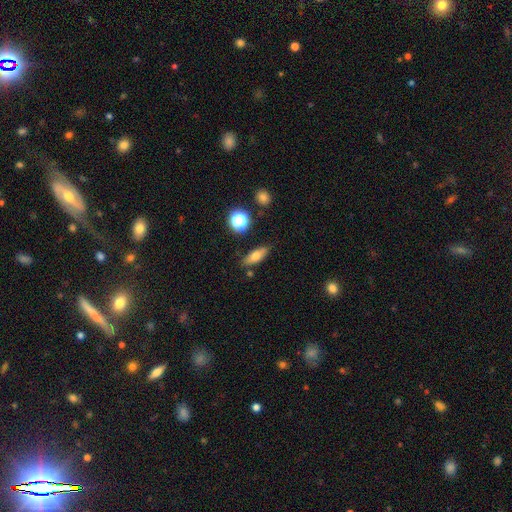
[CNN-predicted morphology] Overall: smooth (67%). How rounded: in between (62%; cigar-shaped 32%). Merging: none (82%).